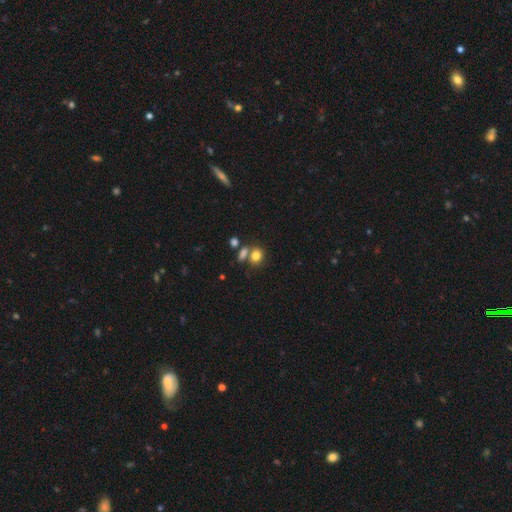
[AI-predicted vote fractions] Smooth or featured: smooth — 80% (star or artifact — 12%)
How rounded: round — 53% (in between — 45%)
Merging: none — 54% (merger — 29%)